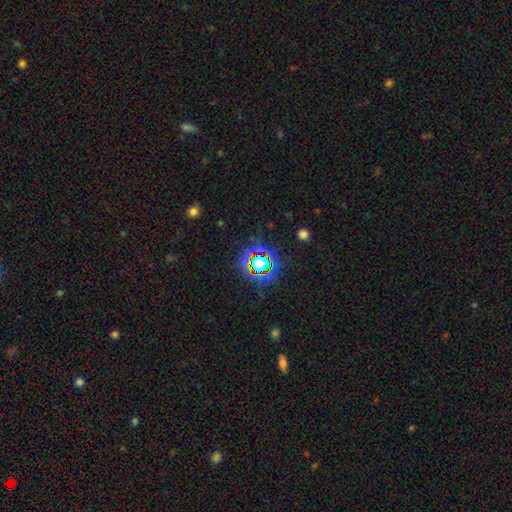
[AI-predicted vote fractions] Overall: star or artifact (77%).